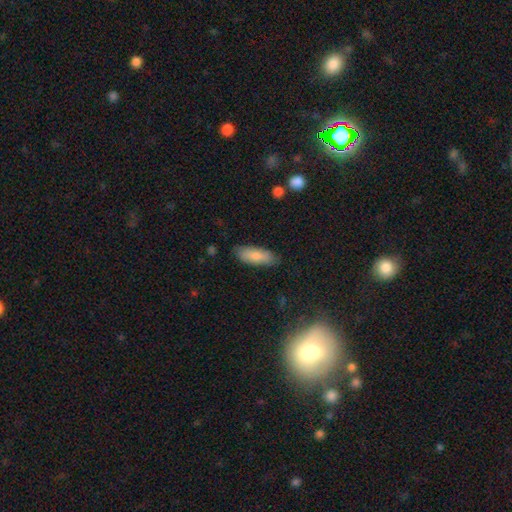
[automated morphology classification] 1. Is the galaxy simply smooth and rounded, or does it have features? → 81% smooth, 13% featured or disk, 6% star or artifact.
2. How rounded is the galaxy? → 73% in between, 25% cigar-shaped, 2% round.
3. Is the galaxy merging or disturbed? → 81% none, 14% minor disturbance, 3% major disturbance, 1% merger.